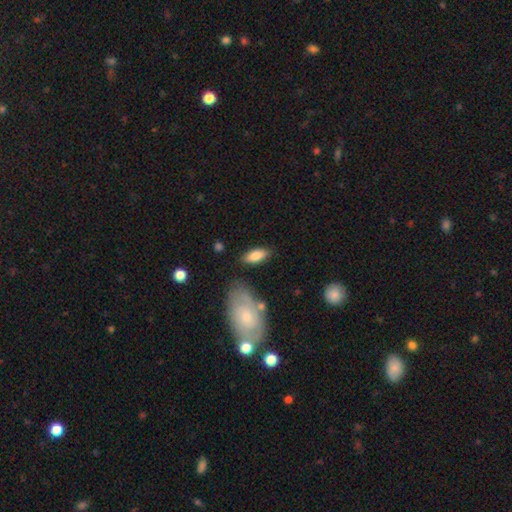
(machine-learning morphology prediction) type=smooth (81%); roundness=in between (81%); merging=none (79%).